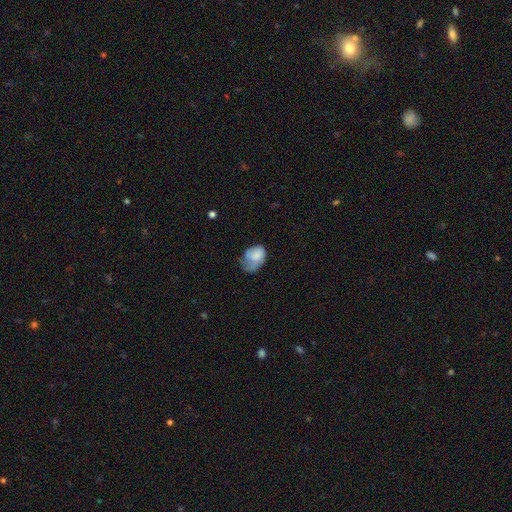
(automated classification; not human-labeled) Smooth or featured: smooth — 72% (featured or disk — 21%)
How rounded: in between — 73% (round — 26%)
Merging: minor disturbance — 38% (major disturbance — 34%)